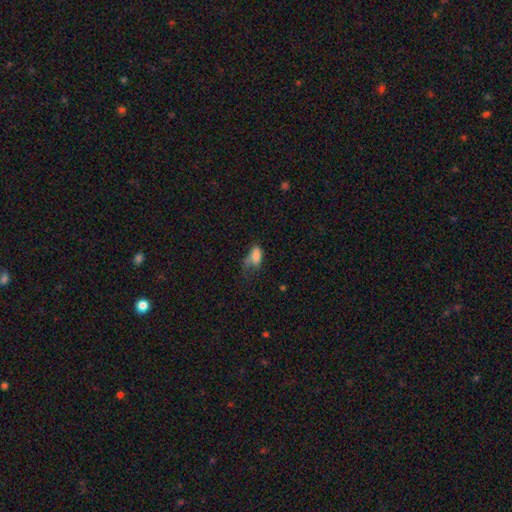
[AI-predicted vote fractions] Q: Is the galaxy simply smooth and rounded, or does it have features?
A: smooth — 74%.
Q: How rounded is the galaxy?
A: in between — 86%.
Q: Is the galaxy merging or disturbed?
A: major disturbance — 46%.